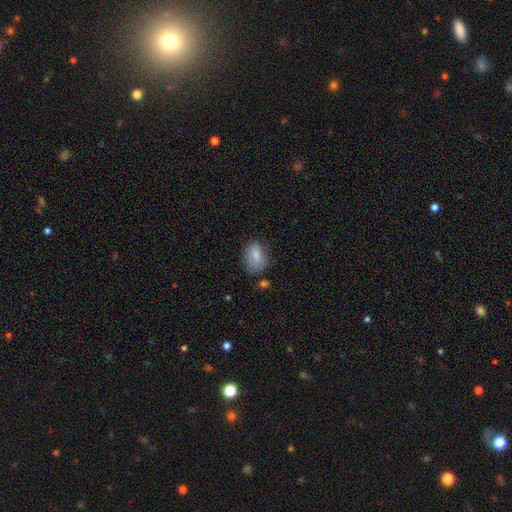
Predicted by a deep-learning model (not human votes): Overall: smooth (80%). How rounded: in between (77%). Merging: none (63%; minor disturbance 25%).